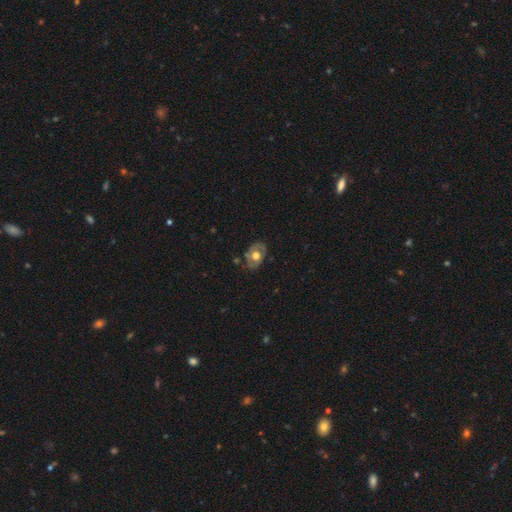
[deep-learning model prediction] Overall: featured or disk (52%; smooth 41%). Edge-on disk: no (92%). Merging: none (73%).